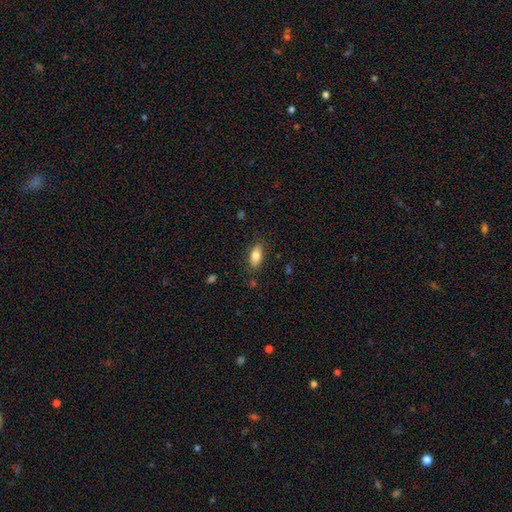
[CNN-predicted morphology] smooth 79%, featured or disk 14%, star or artifact 7%. Down the decision tree: how rounded — in between (85%); merging — none (85%).